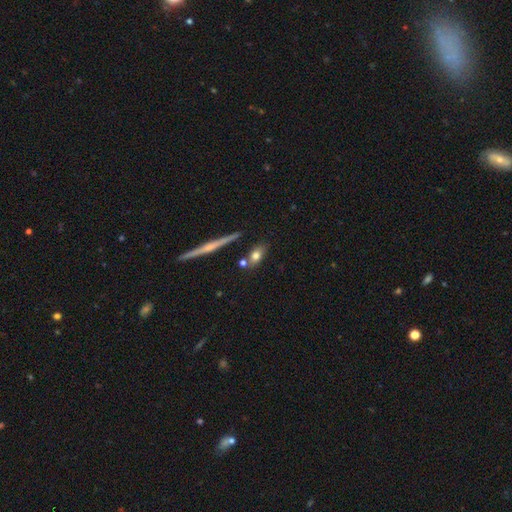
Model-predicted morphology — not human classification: Smooth or featured: smooth — 71% (featured or disk — 20%)
How rounded: in between — 70% (cigar-shaped — 15%)
Merging: none — 68% (merger — 14%)